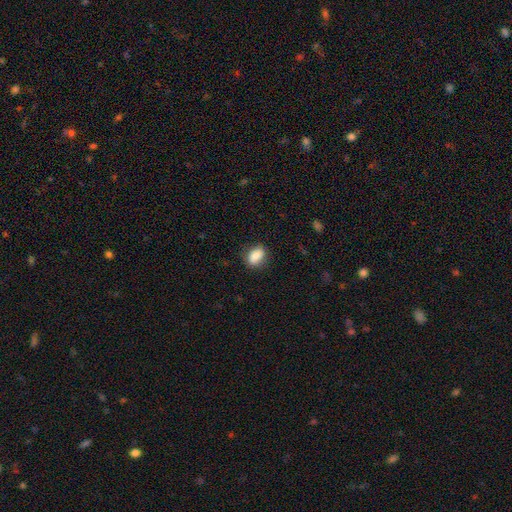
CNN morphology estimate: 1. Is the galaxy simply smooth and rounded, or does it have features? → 85% smooth, 8% star or artifact, 7% featured or disk.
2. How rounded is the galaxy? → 77% in between, 21% round, 2% cigar-shaped.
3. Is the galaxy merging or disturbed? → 81% none, 14% minor disturbance, 3% major disturbance, 1% merger.